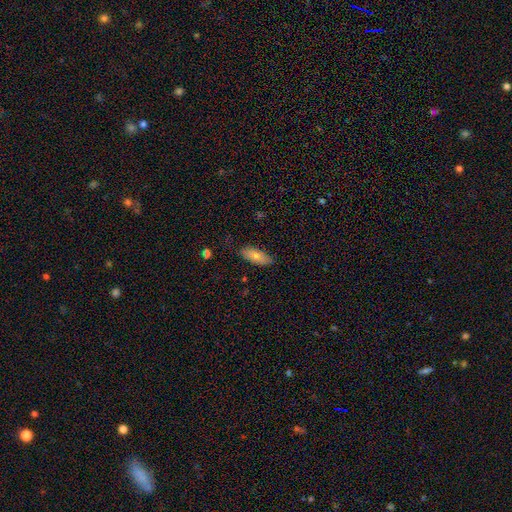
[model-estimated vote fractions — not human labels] The model was most divided on "smooth or featured": smooth: 75%, featured or disk: 18%, star or artifact: 7%. More confident: how rounded — in between (81%); merging — none (80%).